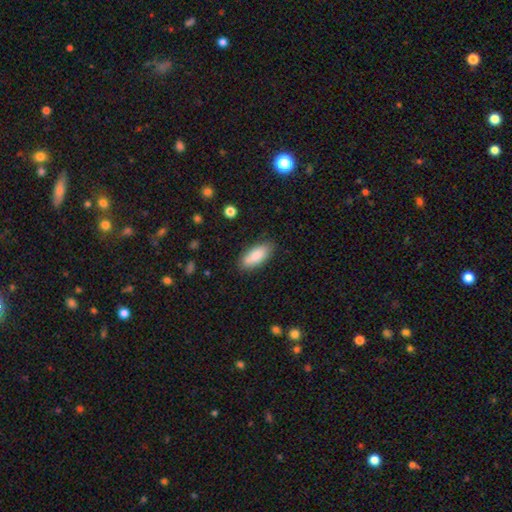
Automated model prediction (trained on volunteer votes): Overall: smooth (85%). How rounded: in between (82%). Merging: none (83%).